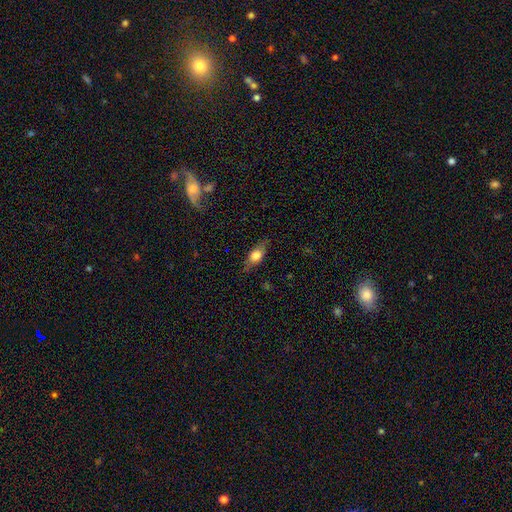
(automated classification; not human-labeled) Overall: smooth (65%; featured or disk 28%). How rounded: in between (72%). Merging: none (77%).